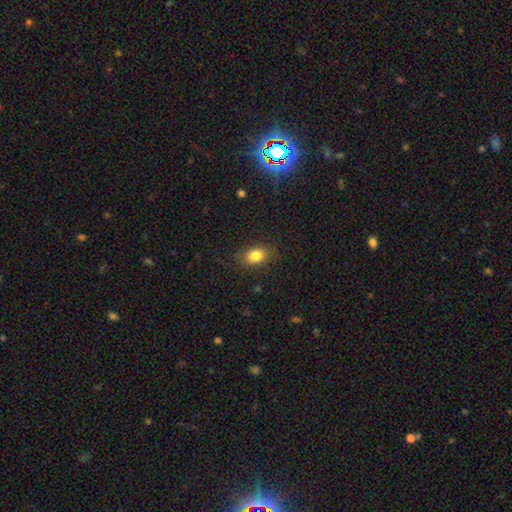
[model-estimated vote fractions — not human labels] A smooth galaxy with no disk features (83%) that is in between round and cigar-shaped (72%).

Vote fractions:
- Smooth or featured? smooth: 83% / star or artifact: 10% / featured or disk: 8%
- How rounded? in between: 72% / round: 26% / cigar-shaped: 2%
- Merging? none: 83% / minor disturbance: 12% / major disturbance: 4% / merger: 1%